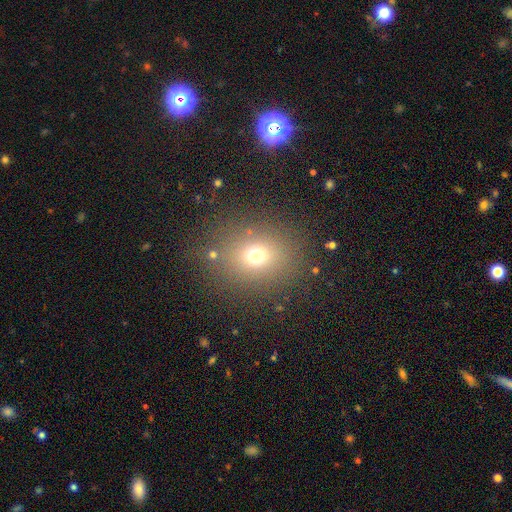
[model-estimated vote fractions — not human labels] Overall: smooth (68%). How rounded: round (67%; in between 32%). Merging: none (81%).